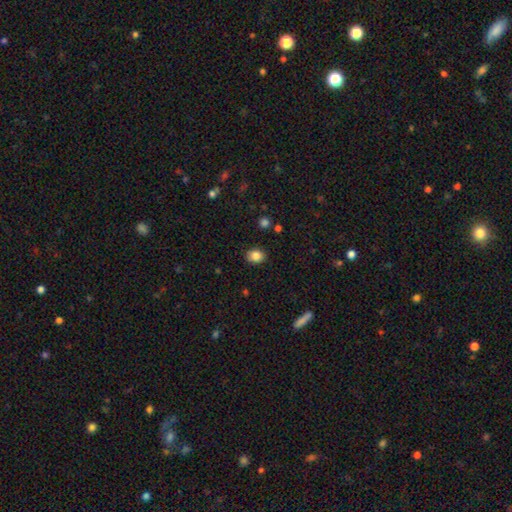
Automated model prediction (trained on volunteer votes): Overall: smooth (85%). How rounded: in between (52%; round 47%). Merging: none (88%).